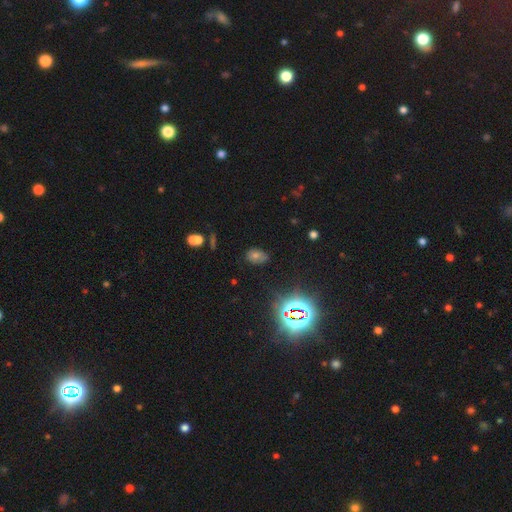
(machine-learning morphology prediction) This appears to be a smooth galaxy with no disk features (44%). Merging: none (76%).